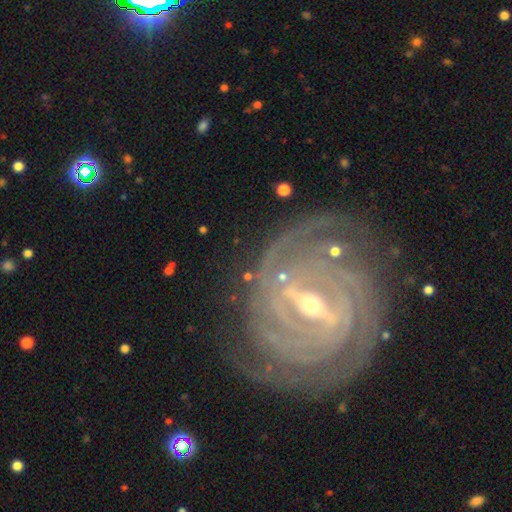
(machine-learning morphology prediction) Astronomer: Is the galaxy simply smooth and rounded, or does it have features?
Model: featured or disk — 91%.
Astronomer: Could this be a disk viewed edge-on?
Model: no — 96%.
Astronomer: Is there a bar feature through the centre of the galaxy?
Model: strong — 67%.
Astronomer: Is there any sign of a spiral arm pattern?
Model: yes — 98%.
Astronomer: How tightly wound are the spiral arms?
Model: tight — 82%.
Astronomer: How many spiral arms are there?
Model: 4 — 27% (runner-up: can't tell, 20%).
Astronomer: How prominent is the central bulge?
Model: small — 60% (runner-up: moderate, 37%).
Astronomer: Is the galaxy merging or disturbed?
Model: none — 79%.